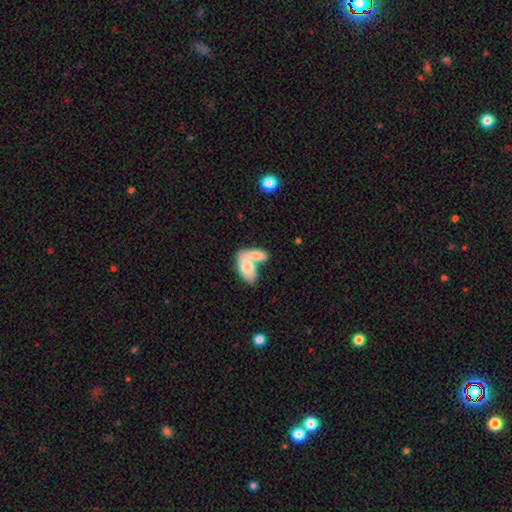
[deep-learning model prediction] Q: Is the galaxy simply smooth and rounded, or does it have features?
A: smooth — 74%.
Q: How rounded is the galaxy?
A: in between — 90%.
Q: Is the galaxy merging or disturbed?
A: merger — 73%.